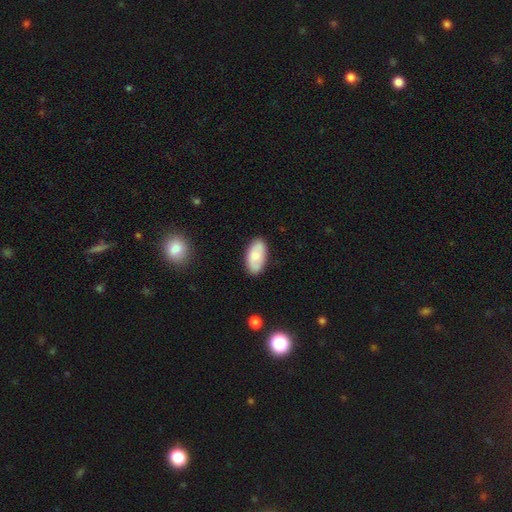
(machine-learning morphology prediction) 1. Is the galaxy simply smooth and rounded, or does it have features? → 73% smooth, 21% featured or disk, 6% star or artifact.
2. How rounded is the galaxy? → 95% in between, 3% cigar-shaped, 3% round.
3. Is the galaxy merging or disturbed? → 83% none, 13% minor disturbance, 3% major disturbance, 2% merger.